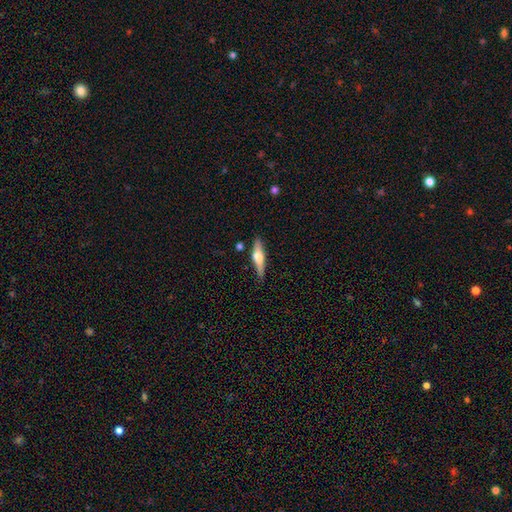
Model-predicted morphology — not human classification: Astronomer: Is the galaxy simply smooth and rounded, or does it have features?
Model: featured or disk — 55% (runner-up: smooth, 38%).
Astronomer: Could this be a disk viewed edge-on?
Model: yes — 95%.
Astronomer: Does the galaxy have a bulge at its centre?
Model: rounded — 90%.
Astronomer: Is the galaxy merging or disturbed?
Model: none — 83%.